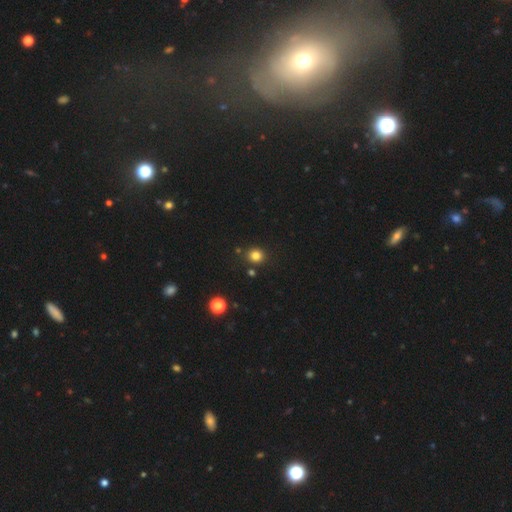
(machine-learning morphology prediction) Smooth or featured? smooth (81%)
How rounded? round (80%)
Merging? none (85%)